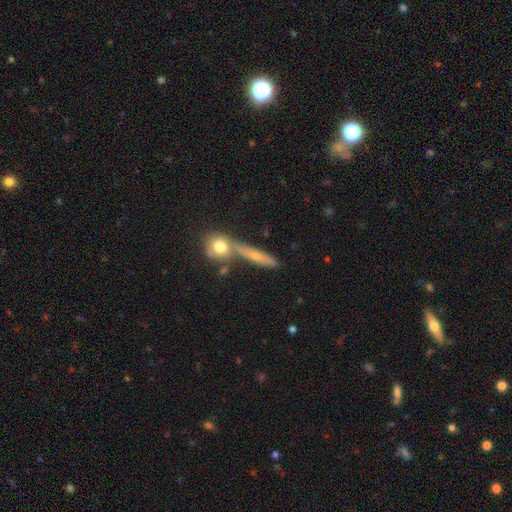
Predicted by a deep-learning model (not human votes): smooth 59%, featured or disk 32%, star or artifact 10%. Down the decision tree: how rounded — cigar-shaped (67%); merging — none (58%).